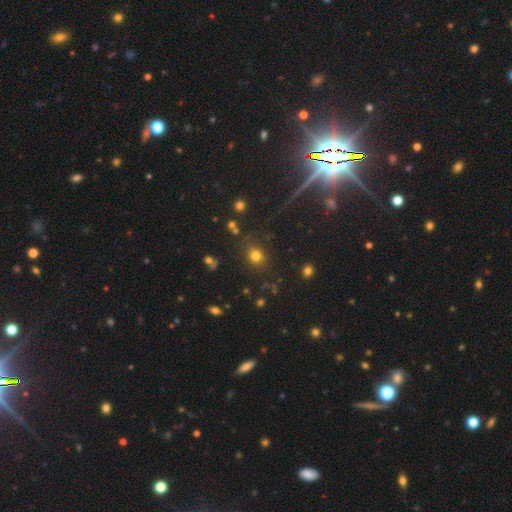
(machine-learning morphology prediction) Q: Smooth or featured?
A: smooth (75%); runner-up: star or artifact (17%)
Q: How rounded?
A: round (72%); runner-up: in between (26%)
Q: Merging?
A: none (79%); runner-up: minor disturbance (11%)